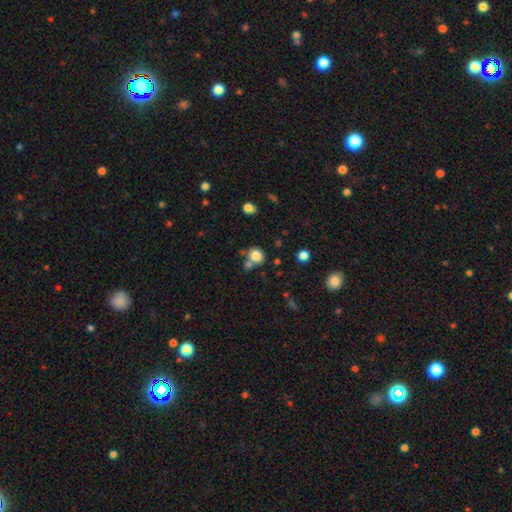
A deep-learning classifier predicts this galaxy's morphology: Smooth or featured? smooth (82%)
How rounded? round (75%)
Merging? none (60%)